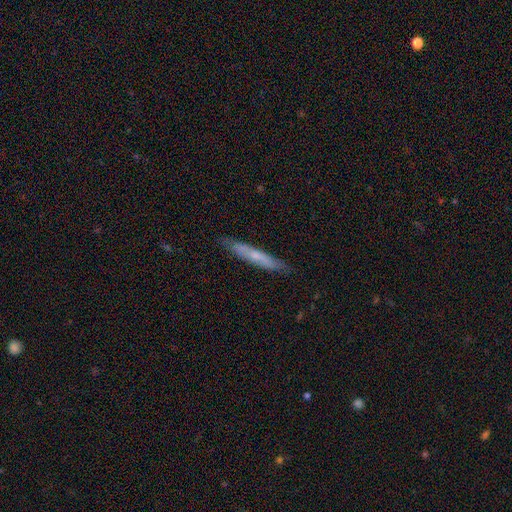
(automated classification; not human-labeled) Smooth or featured: smooth — 53% (featured or disk — 41%)
How rounded: cigar-shaped — 94% (in between — 5%)
Merging: none — 85% (minor disturbance — 12%)